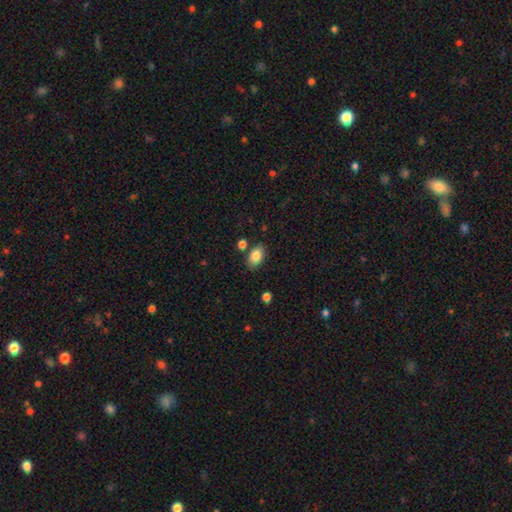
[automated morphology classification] smooth 85%, star or artifact 8%, featured or disk 7%. Down the decision tree: how rounded — in between (87%); merging — none (81%).